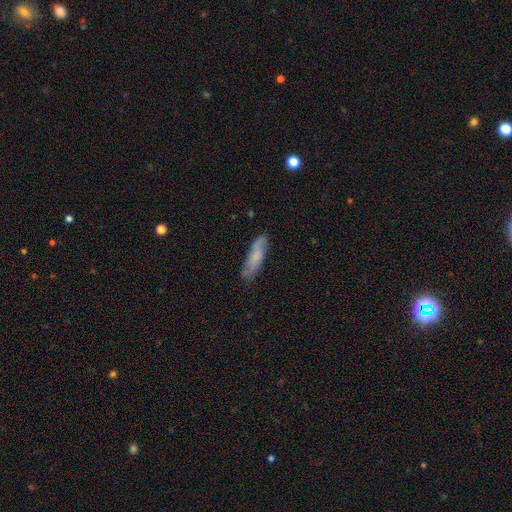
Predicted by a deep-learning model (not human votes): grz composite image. It shows a smooth galaxy with no disk features (60%) that is cigar-shaped (65%). Merging: none (76%).